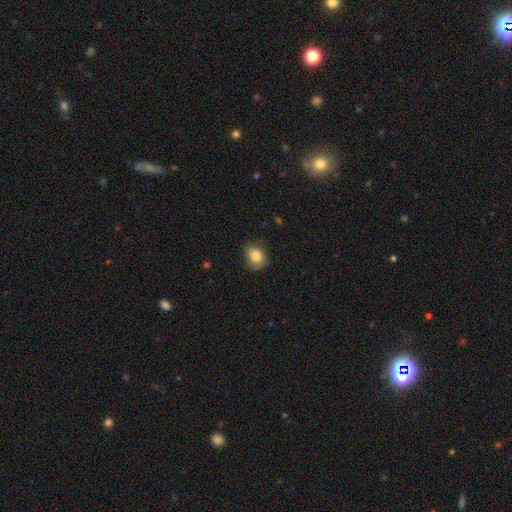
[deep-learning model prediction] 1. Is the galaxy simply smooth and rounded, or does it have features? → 85% smooth, 8% star or artifact, 7% featured or disk.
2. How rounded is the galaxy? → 50% in between, 49% round, 1% cigar-shaped.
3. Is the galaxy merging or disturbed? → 68% none, 25% minor disturbance, 6% major disturbance, 1% merger.